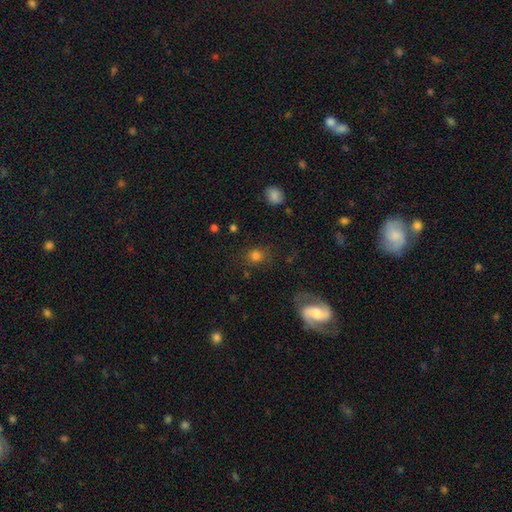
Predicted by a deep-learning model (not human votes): smooth_or_featured: smooth (p=0.75) [alt: star or artifact p=0.15]
how_rounded: round (p=0.74) [alt: in between p=0.25]
merging: none (p=0.76) [alt: minor disturbance p=0.14]